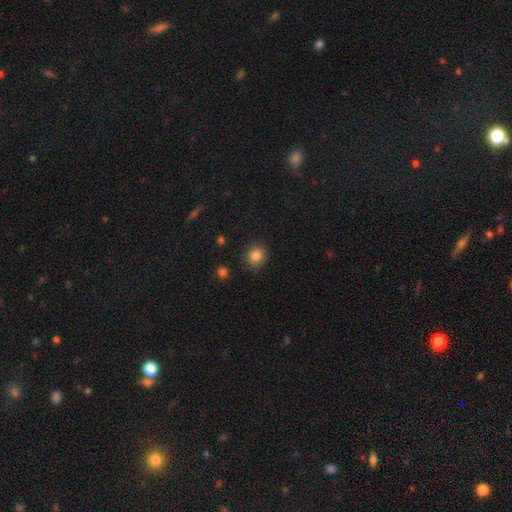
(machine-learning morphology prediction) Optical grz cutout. It shows a smooth galaxy with no disk features (85%) that is round (77%). Merging: none (87%).